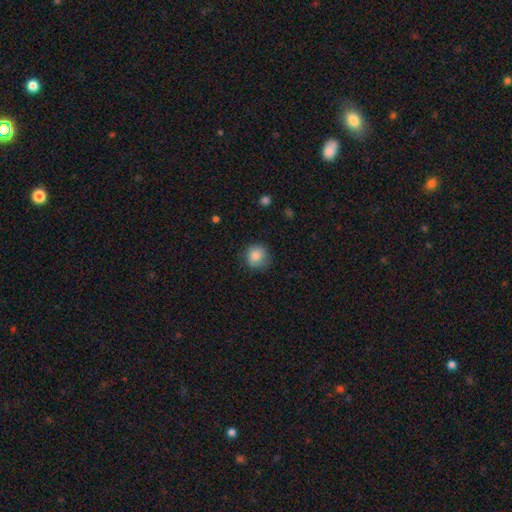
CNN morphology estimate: Smooth or featured?
  - smooth: 85% *
  - star or artifact: 9%
  - featured or disk: 7%
How rounded?
  - round: 87% *
  - in between: 12%
  - cigar-shaped: 1%
Merging?
  - none: 76% *
  - minor disturbance: 18%
  - major disturbance: 5%
  - merger: 1%